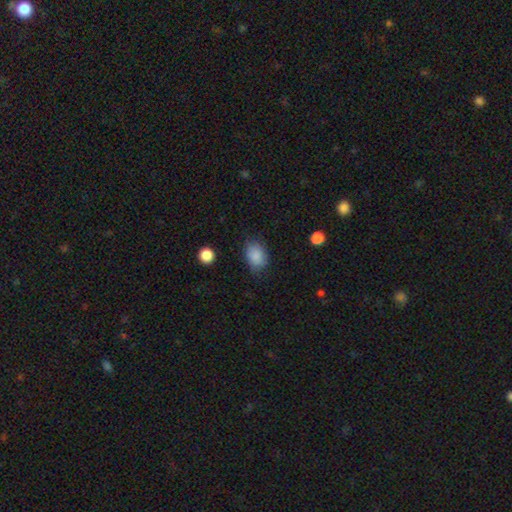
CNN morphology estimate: Overall: smooth (87%). How rounded: in between (74%). Merging: none (74%).